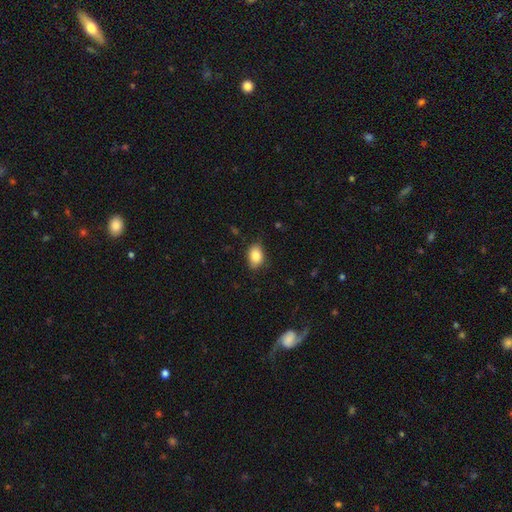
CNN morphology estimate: This is clearly a smooth galaxy (84%). How rounded: clearly in between (83%). Merging: likely none (80%).